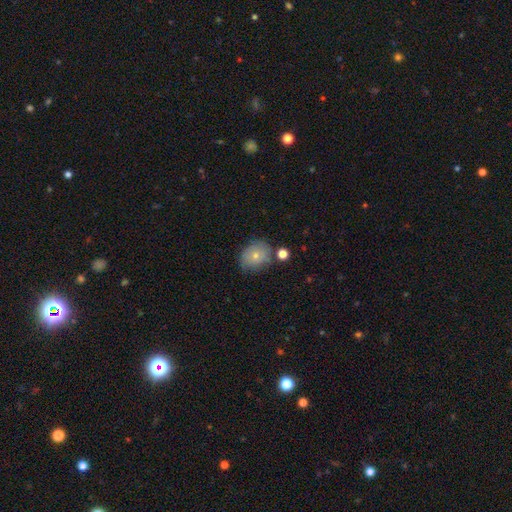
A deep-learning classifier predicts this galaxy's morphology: A smooth galaxy with no disk features (71%) that is round (50%). Merging: none (63%).